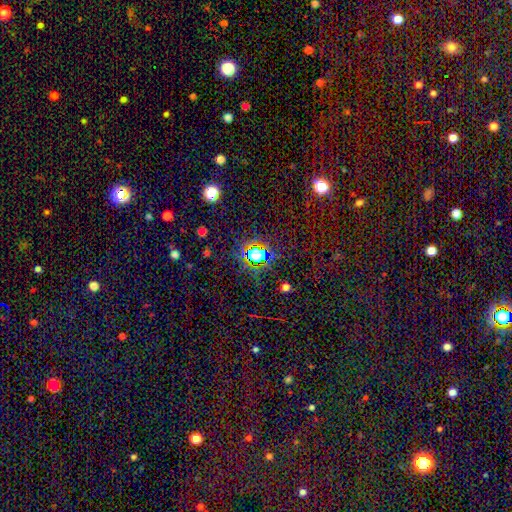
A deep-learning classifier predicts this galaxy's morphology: A star or artifact, not a galaxy (74%).